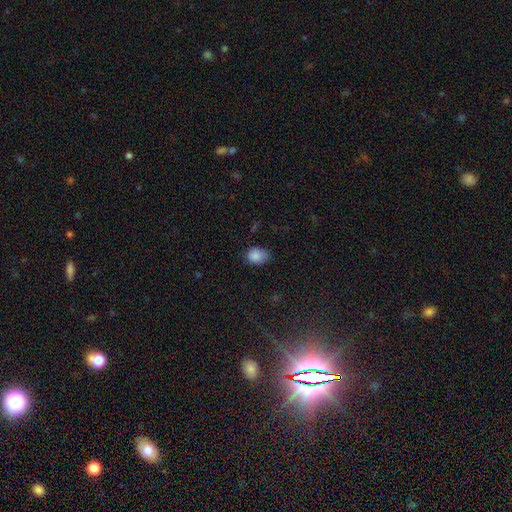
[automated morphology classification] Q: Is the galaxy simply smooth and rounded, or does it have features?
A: smooth — 86%.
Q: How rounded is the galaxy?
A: in between — 68%.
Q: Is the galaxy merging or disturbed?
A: none — 62%.